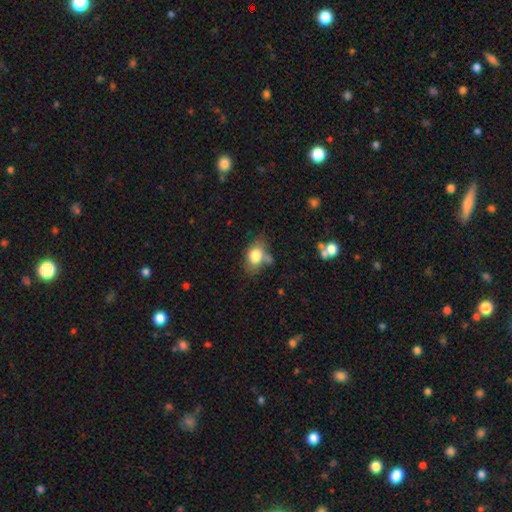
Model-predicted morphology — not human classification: This appears to be a smooth galaxy with no disk features (79%) that is in between round and cigar-shaped (74%). Merging: none (47%).